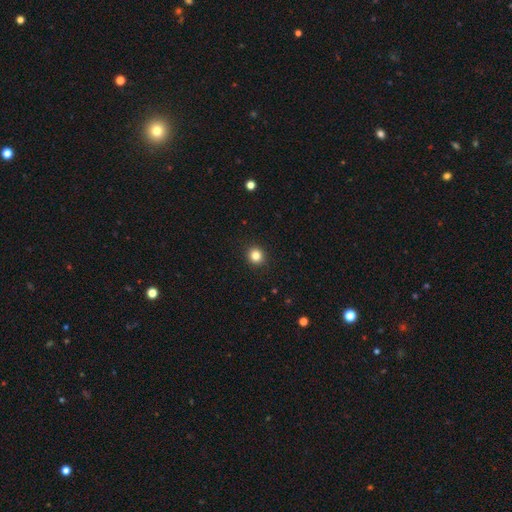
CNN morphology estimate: smooth 84%, star or artifact 11%, featured or disk 5%. Down the decision tree: how rounded — round (90%); merging — none (93%).